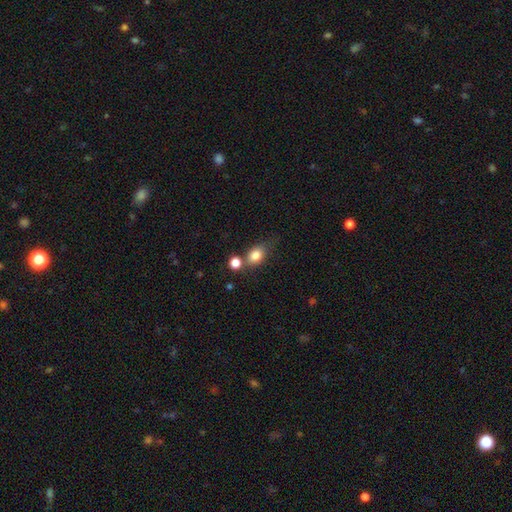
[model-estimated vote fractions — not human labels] Morphology: type=smooth (81%); roundness=in between (61%); merging=none (51%).